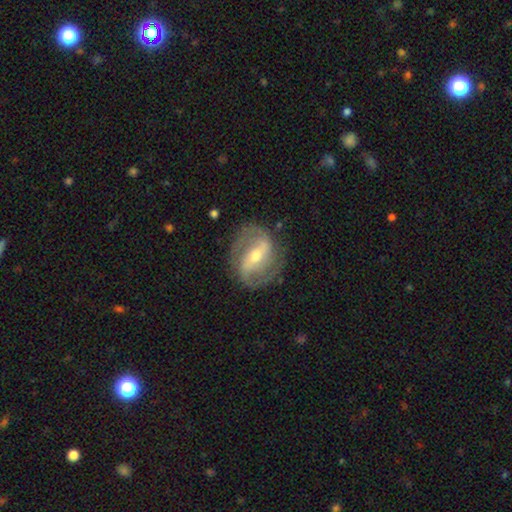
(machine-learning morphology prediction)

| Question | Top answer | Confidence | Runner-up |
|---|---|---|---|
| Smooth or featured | featured or disk | 85% | smooth (9%) |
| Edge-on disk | no | 96% | yes (4%) |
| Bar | strong | 52% | weak (34%) |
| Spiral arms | yes | 92% | no (8%) |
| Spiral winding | medium | 48% | tight (32%) |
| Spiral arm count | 2 | 83% | can't tell (7%) |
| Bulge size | moderate | 57% | small (38%) |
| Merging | none | 78% | minor disturbance (14%) |